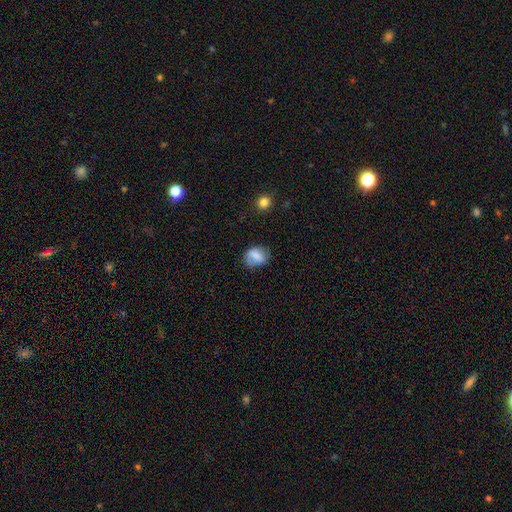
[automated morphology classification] smooth-or-featured: smooth: 75% | featured or disk: 16% | star or artifact: 9%
  how-rounded: in between: 54% | round: 44% | cigar-shaped: 1%
  merging: none: 67% | minor disturbance: 23% | major disturbance: 7% | merger: 2%